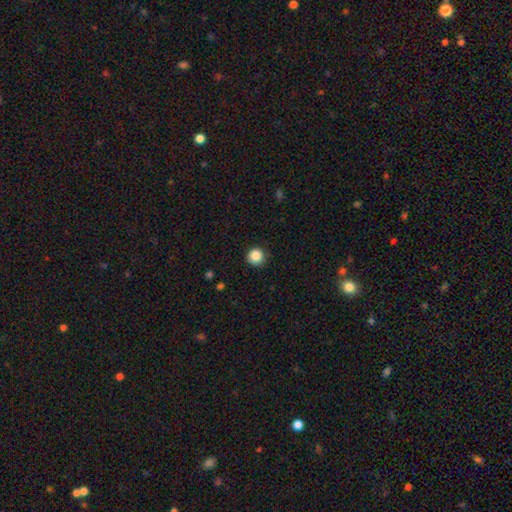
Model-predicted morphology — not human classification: Smooth or featured? smooth (86%)
How rounded? round (95%)
Merging? none (89%)